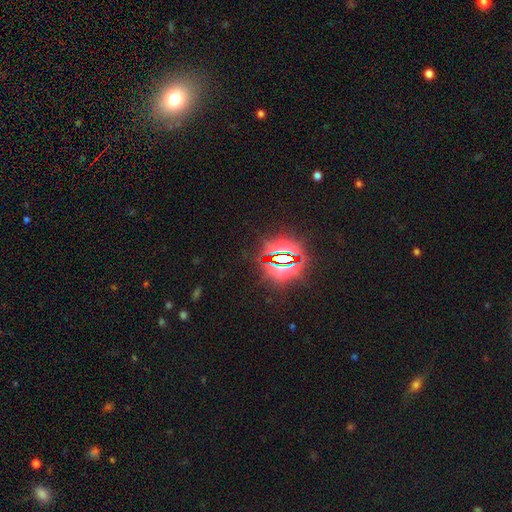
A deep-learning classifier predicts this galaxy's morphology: Overall: star or artifact (83%).